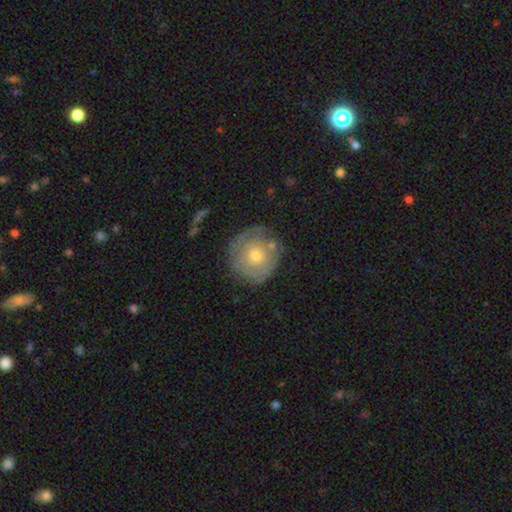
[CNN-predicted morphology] Smooth or featured? Predicted: featured or disk (p=0.57). Edge-on disk? Predicted: no (p=0.97). Bar? Predicted: no (p=0.86). Spiral arms? Predicted: yes (p=0.59). Bulge size? Predicted: moderate (p=0.50). Merging? Predicted: none (p=0.69).